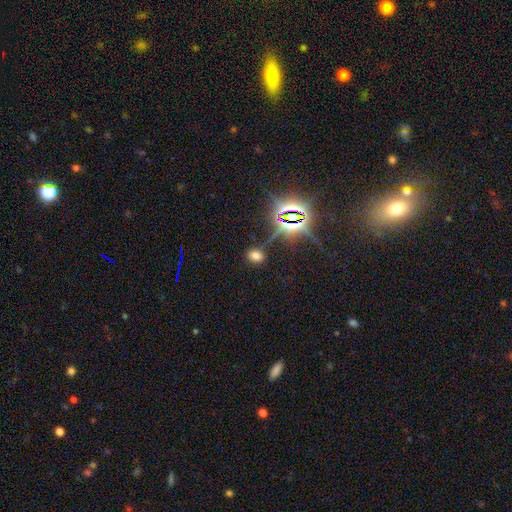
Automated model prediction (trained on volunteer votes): Q: Smooth or featured?
A: smooth (58%); runner-up: star or artifact (34%)
Q: How rounded?
A: in between (59%); runner-up: round (38%)
Q: Merging?
A: none (79%); runner-up: minor disturbance (13%)